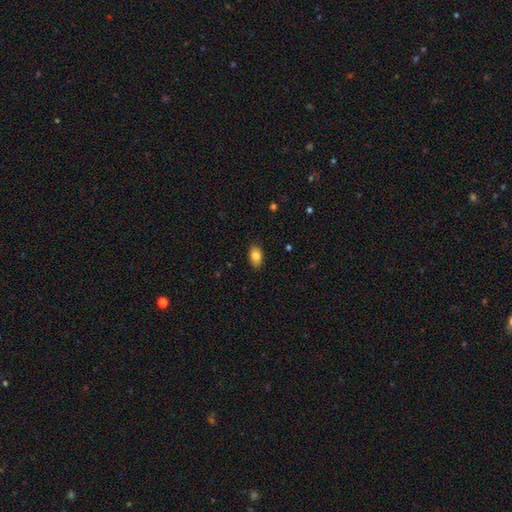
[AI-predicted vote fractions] The model was most divided on "merging": none: 85%, minor disturbance: 12%, major disturbance: 2%, merger: 1%. More confident: how rounded — in between (90%); smooth or featured — smooth (85%).